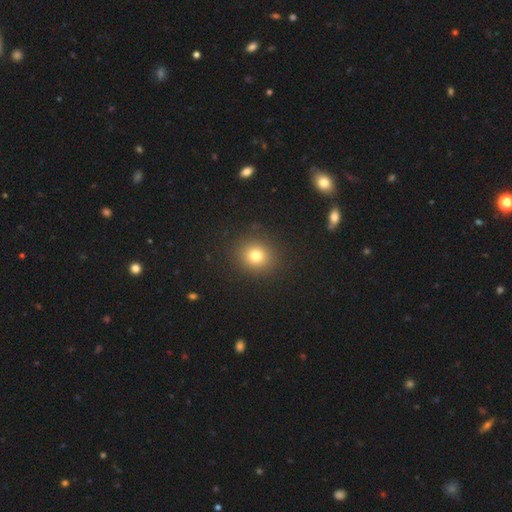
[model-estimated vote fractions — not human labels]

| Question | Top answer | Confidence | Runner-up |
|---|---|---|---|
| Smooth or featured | smooth | 76% | star or artifact (16%) |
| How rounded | round | 86% | in between (13%) |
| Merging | none | 90% | minor disturbance (6%) |